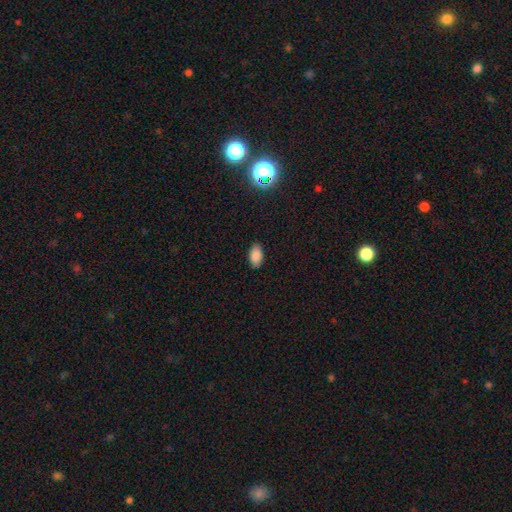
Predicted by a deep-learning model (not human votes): smooth-or-featured: smooth: 87% | star or artifact: 9% | featured or disk: 4%
  how-rounded: in between: 94% | round: 4% | cigar-shaped: 2%
  merging: none: 87% | minor disturbance: 10% | major disturbance: 2% | merger: 1%